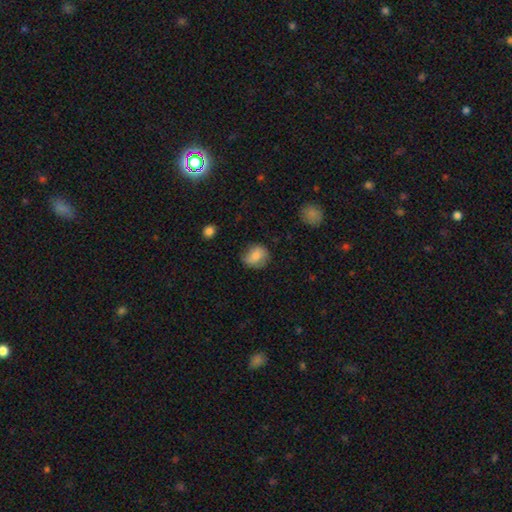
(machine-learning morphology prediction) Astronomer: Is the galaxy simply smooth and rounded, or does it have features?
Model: smooth — 74%.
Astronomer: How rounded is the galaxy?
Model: round — 69%.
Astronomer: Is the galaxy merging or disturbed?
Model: none — 70%.